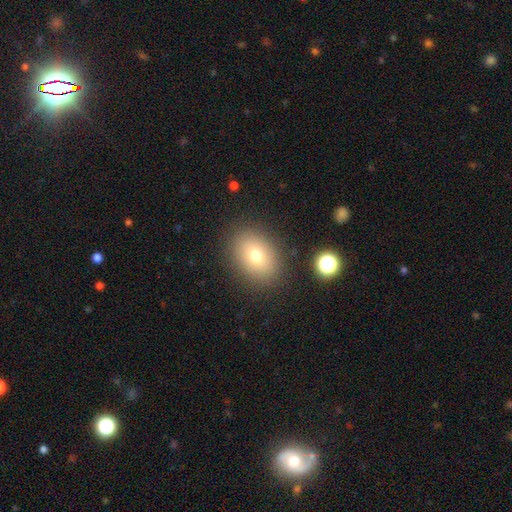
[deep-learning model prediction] This appears to be a smooth galaxy with no disk features (74%) that is in between round and cigar-shaped (72%). Merging: none (86%).